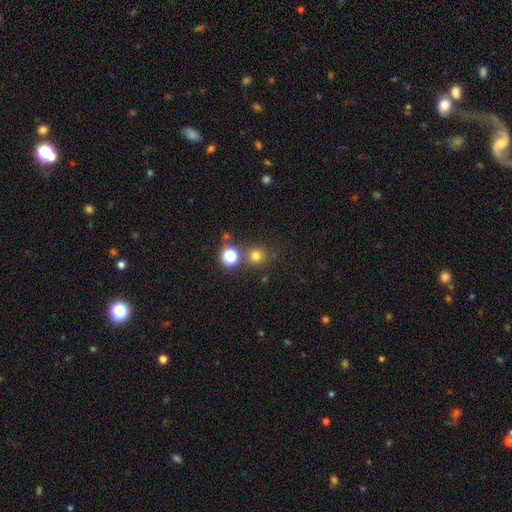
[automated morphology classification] Smooth or featured: smooth — 71% (star or artifact — 22%)
How rounded: round — 90% (in between — 9%)
Merging: none — 75% (merger — 12%)